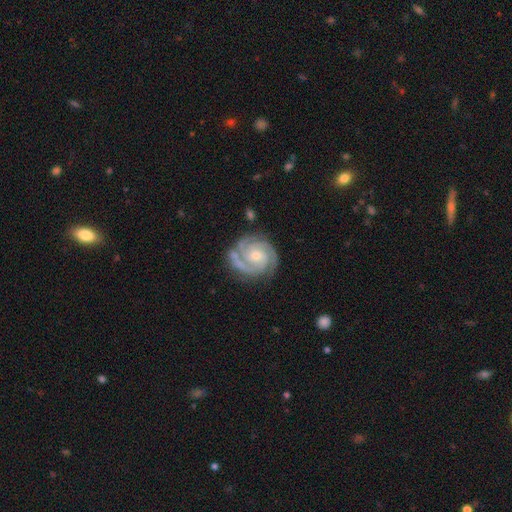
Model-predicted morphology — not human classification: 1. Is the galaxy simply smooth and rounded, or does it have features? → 92% featured or disk, 4% star or artifact, 4% smooth.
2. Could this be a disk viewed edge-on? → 98% no, 2% yes.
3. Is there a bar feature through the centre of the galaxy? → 66% no, 26% weak, 8% strong.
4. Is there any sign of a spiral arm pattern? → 99% yes, 1% no.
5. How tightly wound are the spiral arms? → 74% tight, 24% medium, 2% loose.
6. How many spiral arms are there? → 47% 2, 38% 3, 5% can't tell, 5% 4, 3% 1, 3% more than 4.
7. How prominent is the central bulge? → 61% small, 35% moderate, 2% none, 1% large, 1% dominant.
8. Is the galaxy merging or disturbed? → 78% none, 15% minor disturbance, 4% major disturbance, 2% merger.